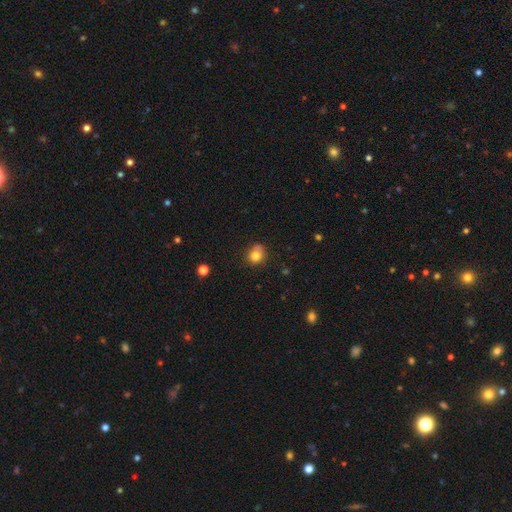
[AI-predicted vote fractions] smooth 79%, star or artifact 12%, featured or disk 10%. Down the decision tree: how rounded — round (73%); merging — none (56%).